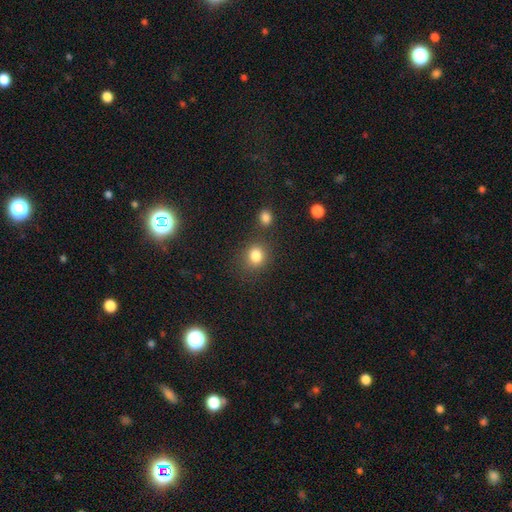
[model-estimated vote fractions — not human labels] Morphology: type=smooth (82%); roundness=round (75%); merging=none (76%).